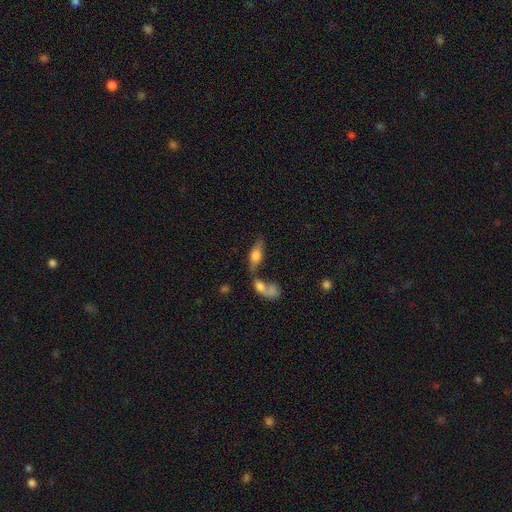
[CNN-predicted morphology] type=smooth (51%); roundness=in between (71%); merging=none (43%).